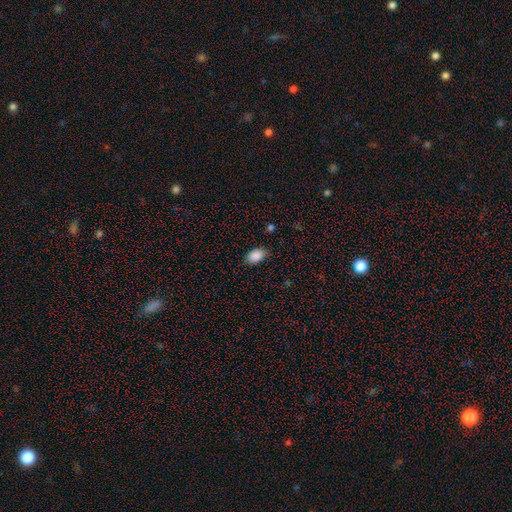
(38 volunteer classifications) A smooth galaxy with no disk features (82%) that is in between round and cigar-shaped (90%).

Vote fractions:
- Smooth or featured? smooth: 82% / featured or disk: 11% / star or artifact: 8%
- How rounded? in between: 90% / round: 6% / cigar-shaped: 3%
- Merging? none: 86% / minor disturbance: 14% / major disturbance: 0% / merger: 0%